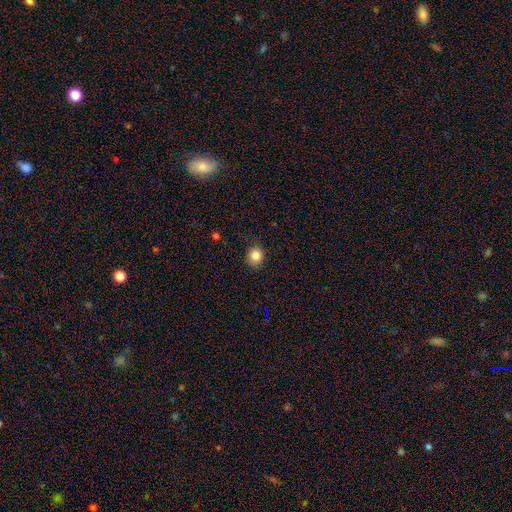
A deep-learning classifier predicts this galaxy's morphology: This appears to be a smooth galaxy with no disk features (83%) that is round (78%). Merging: none (83%).